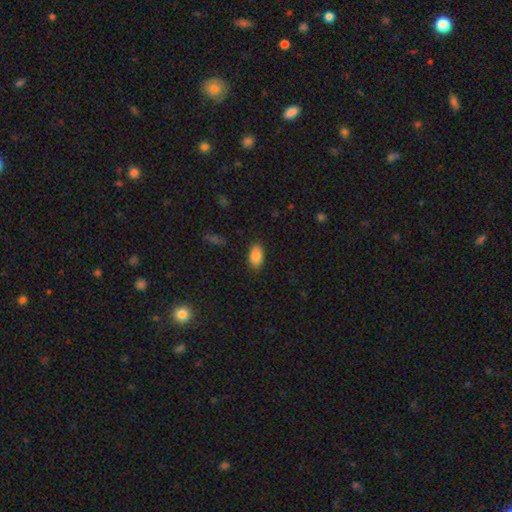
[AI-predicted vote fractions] This is clearly a smooth galaxy (87%). How rounded: clearly in between (93%). Merging: clearly none (86%).